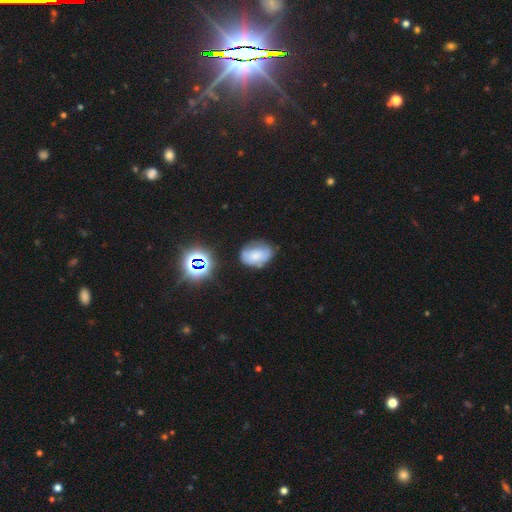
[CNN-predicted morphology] smooth_or_featured: smooth (p=0.60) [alt: featured or disk p=0.25]
how_rounded: in between (p=0.74) [alt: round p=0.25]
merging: none (p=0.60) [alt: minor disturbance p=0.27]